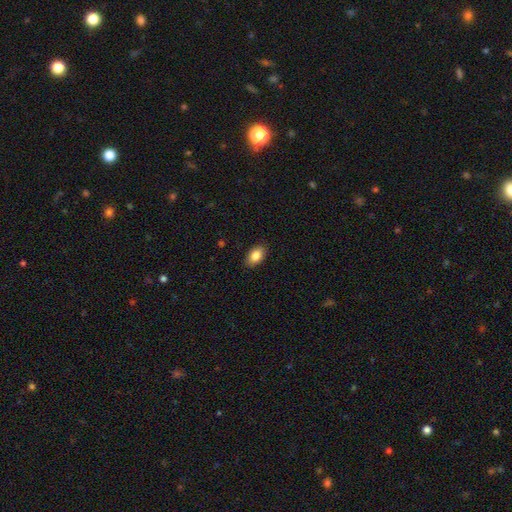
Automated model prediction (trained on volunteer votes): smooth_or_featured: smooth (p=0.86) [alt: star or artifact p=0.07]
how_rounded: in between (p=0.90) [alt: round p=0.08]
merging: none (p=0.88) [alt: minor disturbance p=0.09]